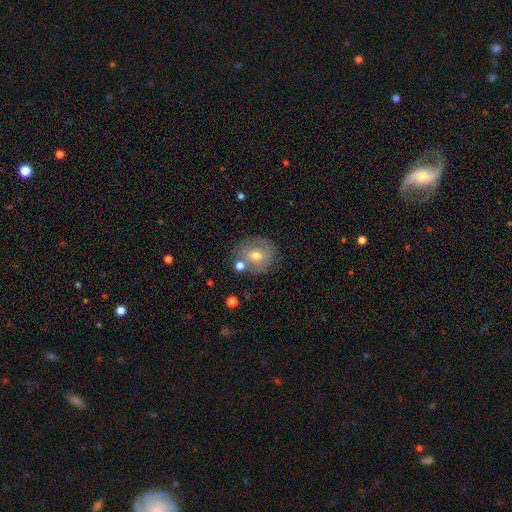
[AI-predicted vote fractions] The model was most divided on "smooth or featured": smooth: 60%, featured or disk: 29%, star or artifact: 11%. More confident: how rounded — round (79%); merging — none (71%).